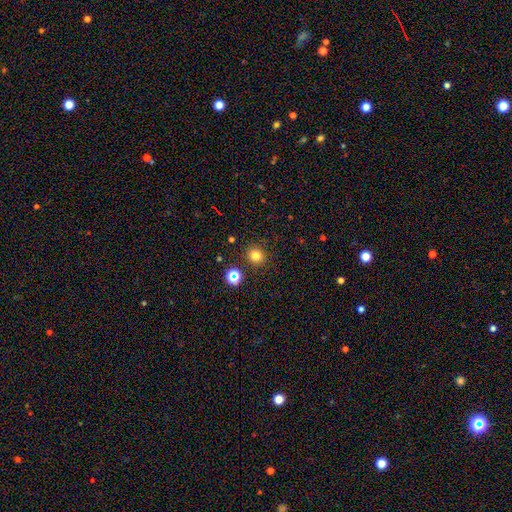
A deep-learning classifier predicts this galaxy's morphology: type=smooth (76%); roundness=round (90%); merging=none (88%).